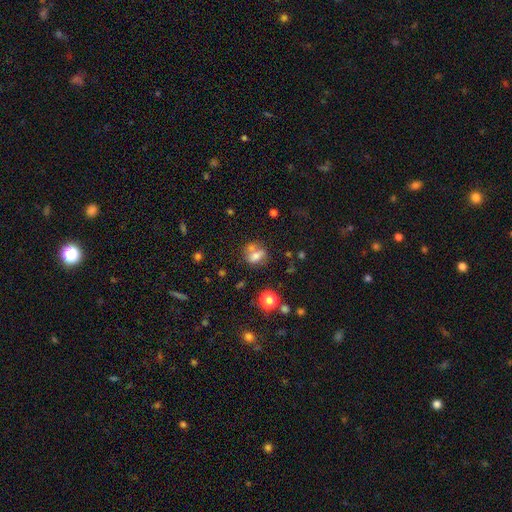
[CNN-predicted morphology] Overall: smooth (63%). How rounded: in between (52%; round 45%). Merging: none (46%; merger 34%).